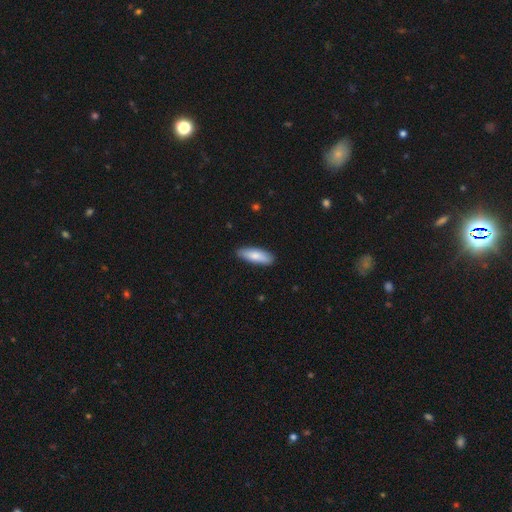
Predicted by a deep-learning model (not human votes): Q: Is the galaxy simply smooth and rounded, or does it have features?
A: smooth — 82%.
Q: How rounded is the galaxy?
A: in between — 56%.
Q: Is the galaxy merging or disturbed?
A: none — 87%.